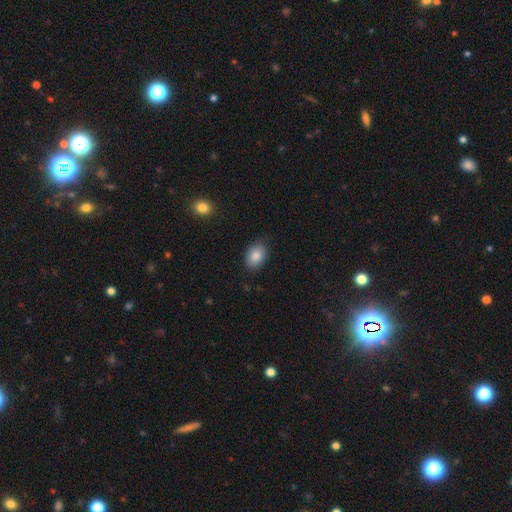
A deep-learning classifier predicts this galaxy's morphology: smooth-or-featured: smooth: 85% | featured or disk: 8% | star or artifact: 7%
  how-rounded: in between: 80% | round: 19% | cigar-shaped: 1%
  merging: none: 79% | minor disturbance: 17% | major disturbance: 3% | merger: 1%